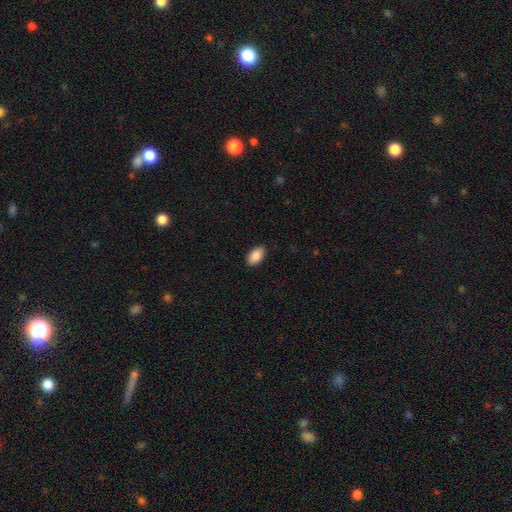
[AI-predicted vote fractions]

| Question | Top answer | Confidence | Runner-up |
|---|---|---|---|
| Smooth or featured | smooth | 89% | star or artifact (7%) |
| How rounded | in between | 93% | round (5%) |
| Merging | none | 88% | minor disturbance (9%) |